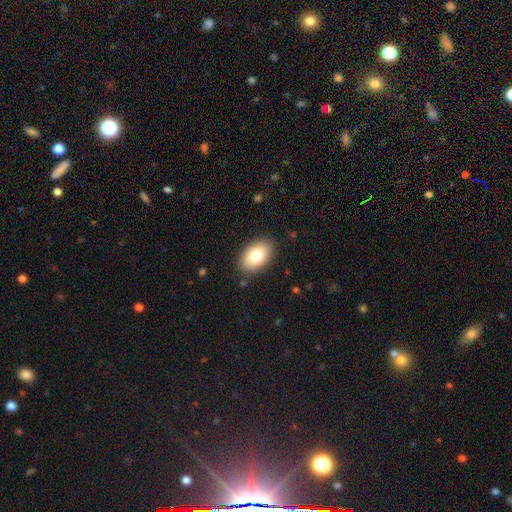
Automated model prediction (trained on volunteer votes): A smooth galaxy with no disk features (80%) that is in between round and cigar-shaped (91%). Merging: none (87%).